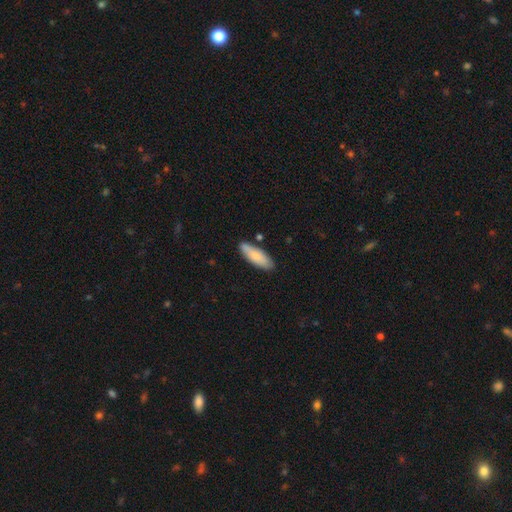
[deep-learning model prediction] Overall: smooth (77%). How rounded: in between (60%; cigar-shaped 38%). Merging: none (81%).